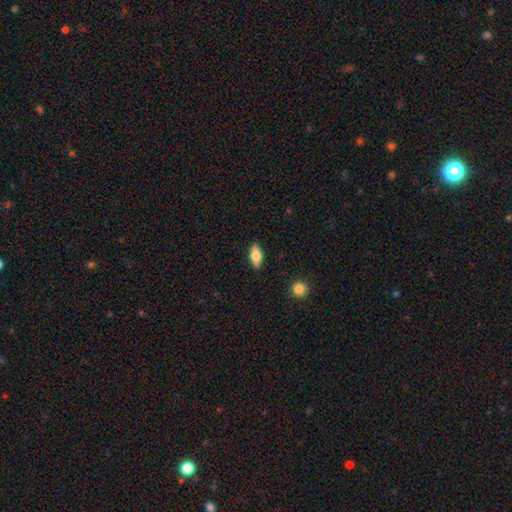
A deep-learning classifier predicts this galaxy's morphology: The model was most divided on "smooth or featured": smooth: 65%, featured or disk: 28%, star or artifact: 7%. More confident: merging — none (88%); how rounded — in between (84%).